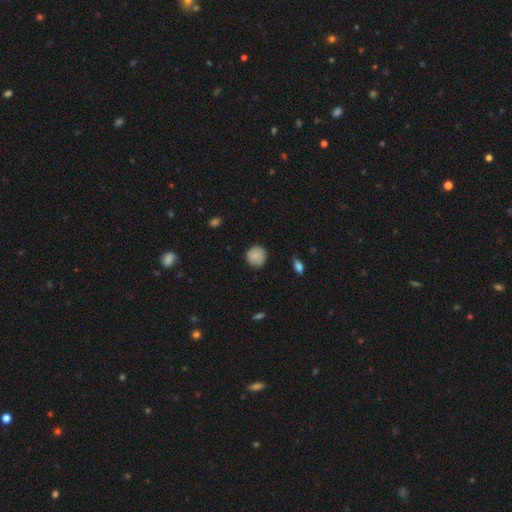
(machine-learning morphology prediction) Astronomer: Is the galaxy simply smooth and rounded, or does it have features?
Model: smooth — 80%.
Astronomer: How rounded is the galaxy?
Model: round — 92%.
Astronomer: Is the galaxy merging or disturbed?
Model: none — 80%.